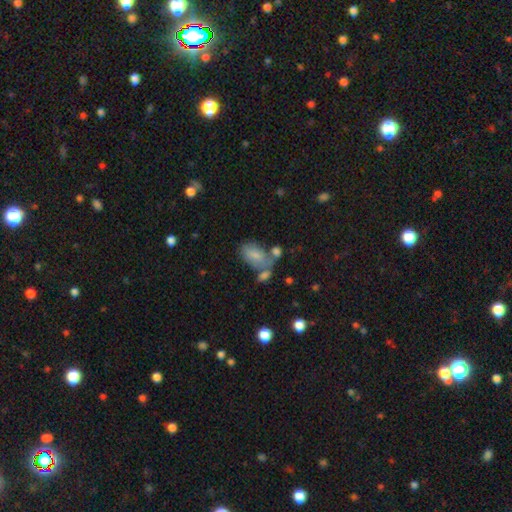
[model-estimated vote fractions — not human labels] A smooth galaxy with no disk features (74%) that is in between round and cigar-shaped (91%).

Vote fractions:
- Smooth or featured? smooth: 74% / featured or disk: 17% / star or artifact: 9%
- How rounded? in between: 91% / round: 7% / cigar-shaped: 2%
- Merging? none: 43% / merger: 28% / minor disturbance: 19% / major disturbance: 9%